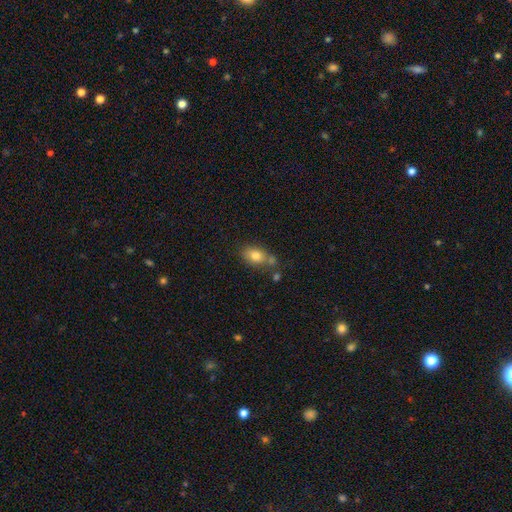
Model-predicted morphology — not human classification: Smooth or featured: smooth — 79% (featured or disk — 12%)
How rounded: in between — 79% (round — 18%)
Merging: none — 55% (merger — 23%)